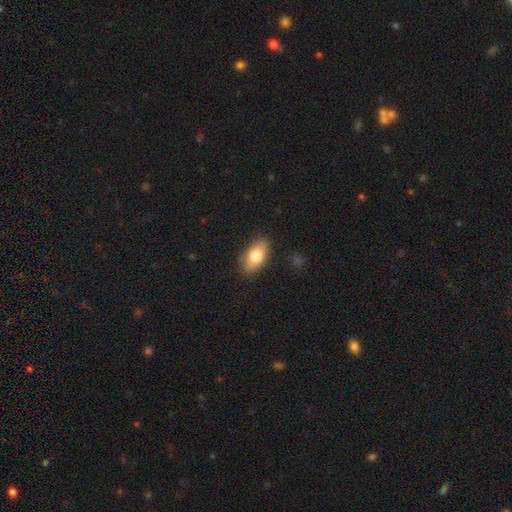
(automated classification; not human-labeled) A smooth galaxy with no disk features (76%) that is in between round and cigar-shaped (88%).

Vote fractions:
- Smooth or featured? smooth: 76% / featured or disk: 17% / star or artifact: 7%
- How rounded? in between: 88% / cigar-shaped: 7% / round: 5%
- Merging? none: 85% / minor disturbance: 12% / major disturbance: 3% / merger: 1%